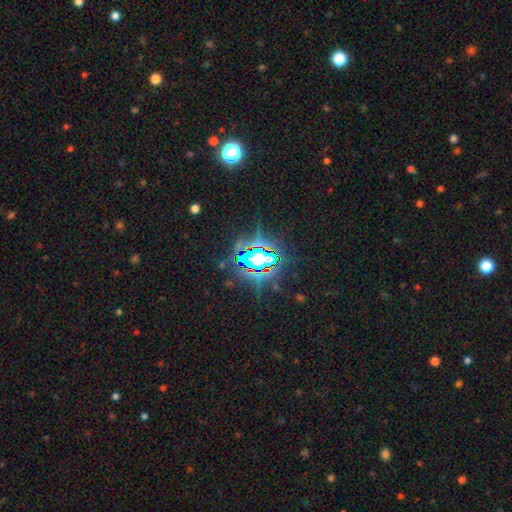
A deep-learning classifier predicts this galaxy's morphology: A star or artifact, not a galaxy (80%).